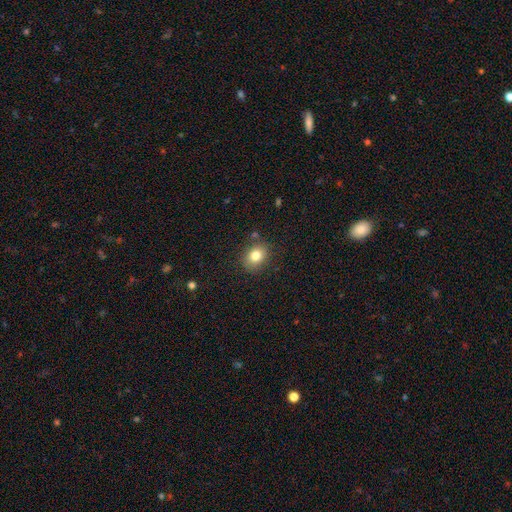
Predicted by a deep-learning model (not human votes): Smooth or featured? Predicted: smooth (p=0.81). How rounded? Predicted: round (p=0.50). Merging? Predicted: none (p=0.81).